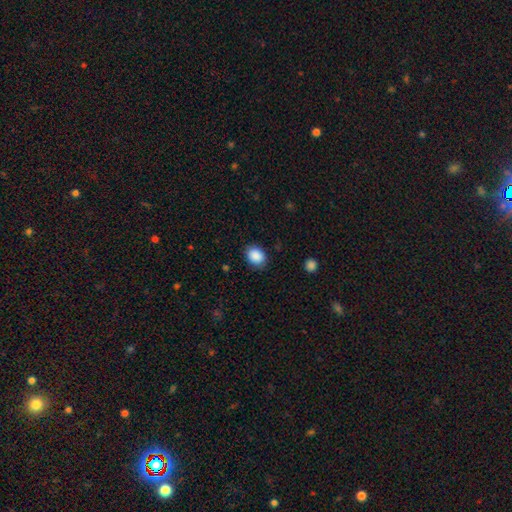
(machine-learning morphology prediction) This is clearly a smooth galaxy (89%). How rounded: possibly in between (56%). Merging: clearly none (85%).